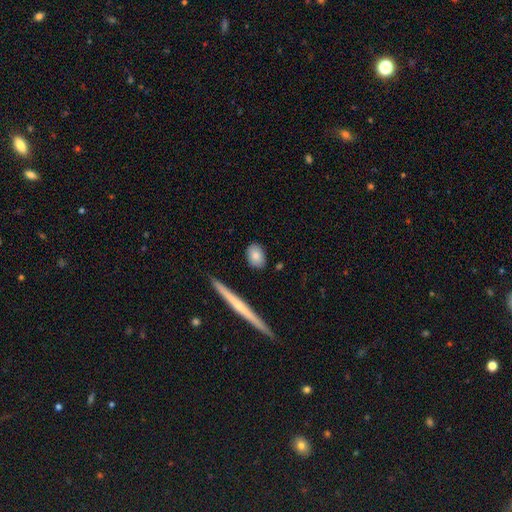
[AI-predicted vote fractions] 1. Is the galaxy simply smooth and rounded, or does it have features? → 81% smooth, 13% featured or disk, 7% star or artifact.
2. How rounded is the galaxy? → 70% in between, 24% round, 6% cigar-shaped.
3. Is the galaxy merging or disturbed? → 84% none, 10% minor disturbance, 3% merger, 2% major disturbance.